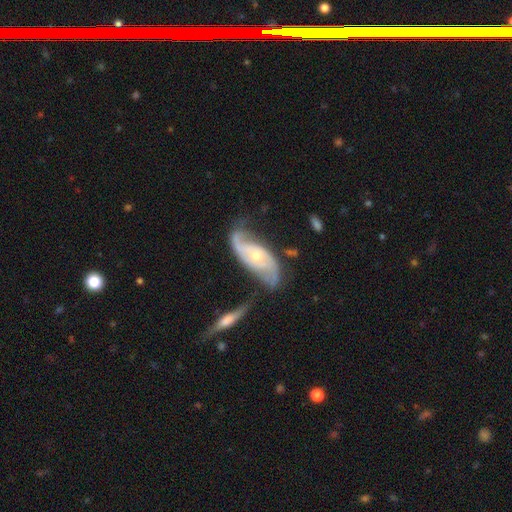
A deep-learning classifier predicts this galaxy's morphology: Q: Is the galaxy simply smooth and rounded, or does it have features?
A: featured or disk — 84%.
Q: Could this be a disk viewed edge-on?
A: no — 93%.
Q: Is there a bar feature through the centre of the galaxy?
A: no — 64%.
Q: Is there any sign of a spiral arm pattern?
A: yes — 94%.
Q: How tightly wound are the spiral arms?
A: medium — 40%.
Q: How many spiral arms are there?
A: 2 — 81%.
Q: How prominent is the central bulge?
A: small — 49%.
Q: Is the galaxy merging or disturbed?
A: none — 50%.